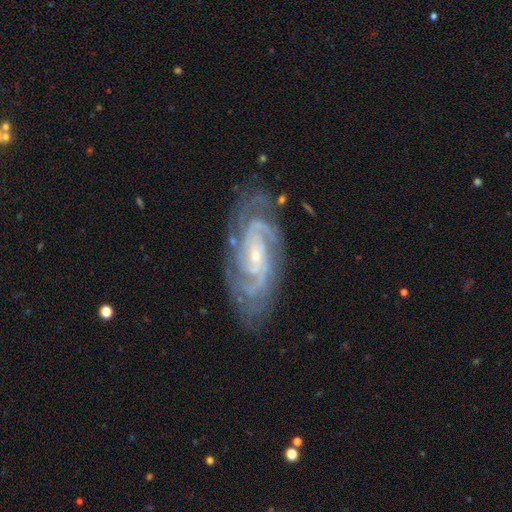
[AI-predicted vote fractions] This appears to be a featured or disk galaxy (91%) with no bar (59%), 2 (33%) tight (64%) spiral arms (98%) and a small central bulge (78%). Merging: none (78%).